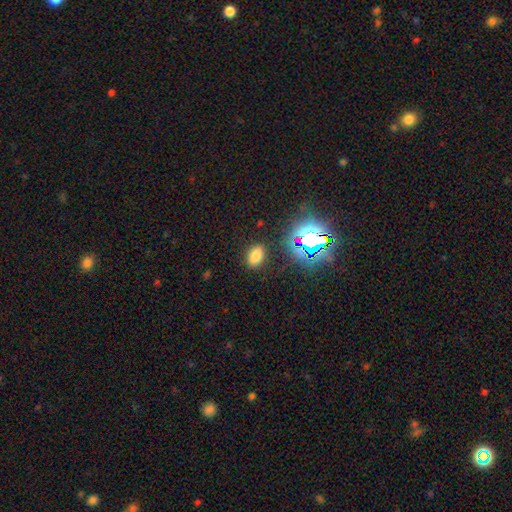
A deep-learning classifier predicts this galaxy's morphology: smooth_or_featured: smooth (p=0.71) [alt: star or artifact p=0.22]
how_rounded: in between (p=0.86) [alt: round p=0.12]
merging: none (p=0.86) [alt: minor disturbance p=0.09]